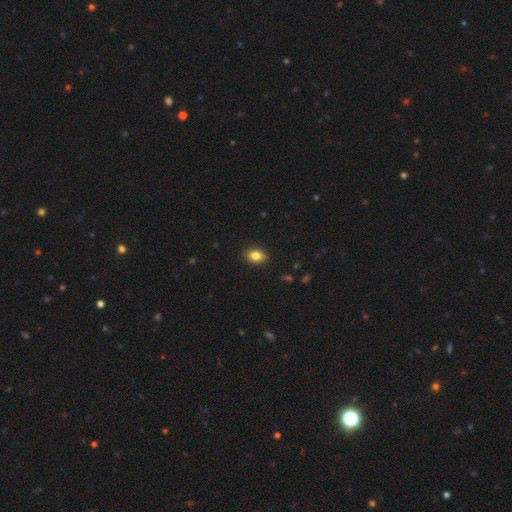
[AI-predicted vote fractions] A smooth galaxy with no disk features (84%) that is in between round and cigar-shaped (76%).

Vote fractions:
- Smooth or featured? smooth: 84% / star or artifact: 9% / featured or disk: 7%
- How rounded? in between: 76% / round: 22% / cigar-shaped: 1%
- Merging? none: 90% / minor disturbance: 8% / major disturbance: 2% / merger: 1%